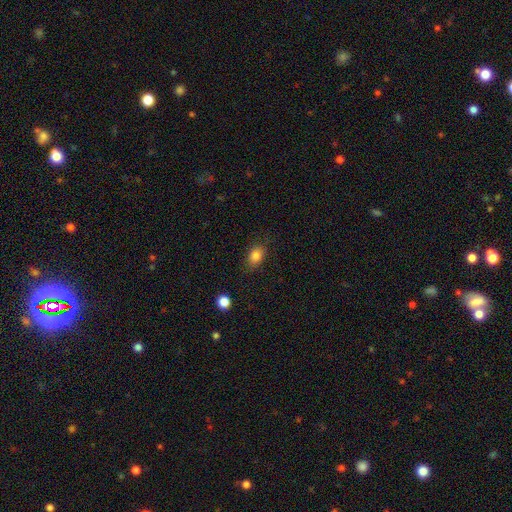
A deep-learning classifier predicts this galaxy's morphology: smooth-or-featured: smooth: 84% | star or artifact: 10% | featured or disk: 6%
  how-rounded: in between: 71% | round: 27% | cigar-shaped: 2%
  merging: none: 81% | minor disturbance: 14% | major disturbance: 4% | merger: 1%